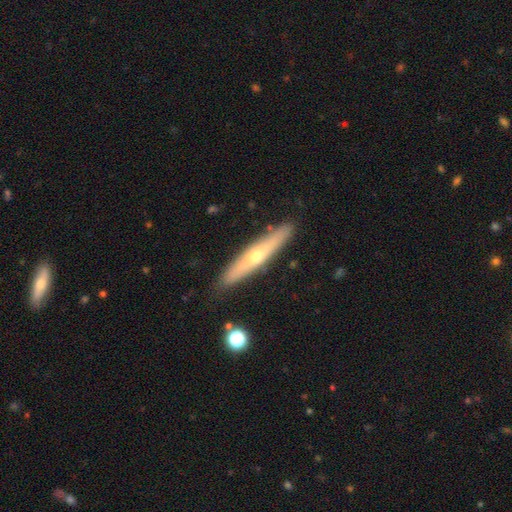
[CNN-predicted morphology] A featured or disk galaxy (54%) viewed edge-on (87%). Merging: none (88%).